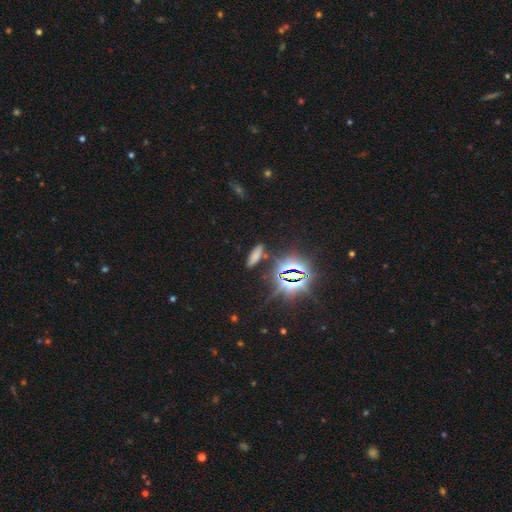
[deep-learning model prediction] Smooth or featured: smooth — 56% (star or artifact — 33%)
How rounded: in between — 48% (cigar-shaped — 47%)
Merging: none — 81% (minor disturbance — 11%)